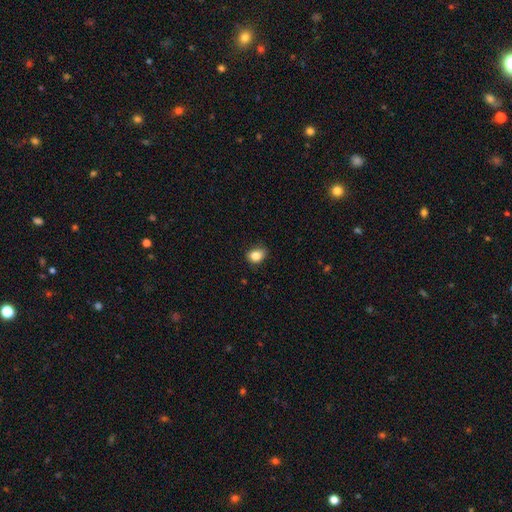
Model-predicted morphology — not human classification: The model was most divided on "how rounded": in between: 53%, round: 46%, cigar-shaped: 1%. More confident: smooth or featured — smooth (85%); merging — none (76%).